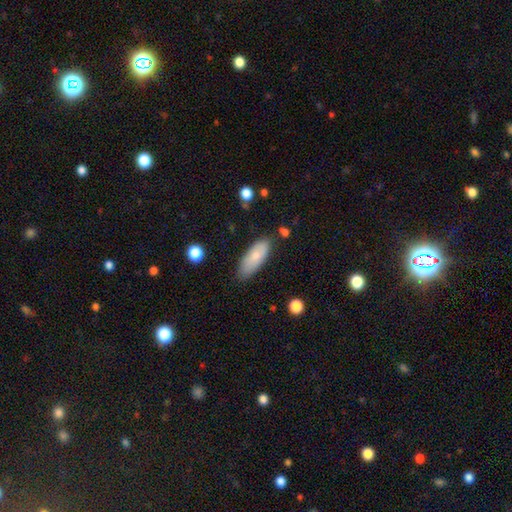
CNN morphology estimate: smooth_or_featured: smooth (p=0.76) [alt: featured or disk p=0.17]
how_rounded: in between (p=0.74) [alt: cigar-shaped p=0.24]
merging: none (p=0.79) [alt: minor disturbance p=0.16]